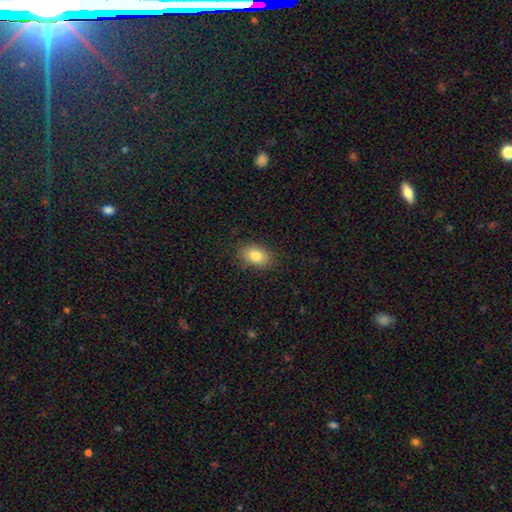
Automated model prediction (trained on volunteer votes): Smooth or featured?
  - smooth: 82% *
  - featured or disk: 9%
  - star or artifact: 9%
How rounded?
  - in between: 85% *
  - round: 14%
  - cigar-shaped: 1%
Merging?
  - none: 85% *
  - minor disturbance: 11%
  - major disturbance: 3%
  - merger: 1%